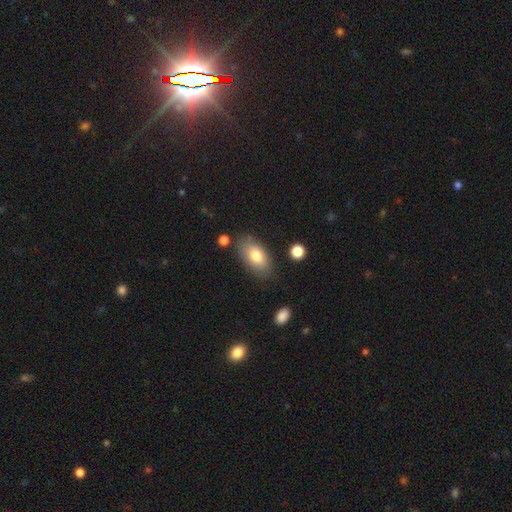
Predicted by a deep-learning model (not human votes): smooth_or_featured: smooth (p=0.79) [alt: featured or disk p=0.15]
how_rounded: in between (p=0.92) [alt: round p=0.04]
merging: none (p=0.78) [alt: minor disturbance p=0.15]